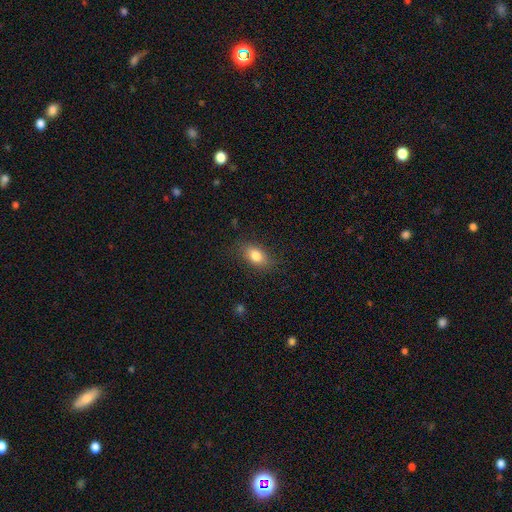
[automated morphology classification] This appears to be a smooth galaxy with no disk features (81%) that is in between round and cigar-shaped (85%). Merging: none (82%).